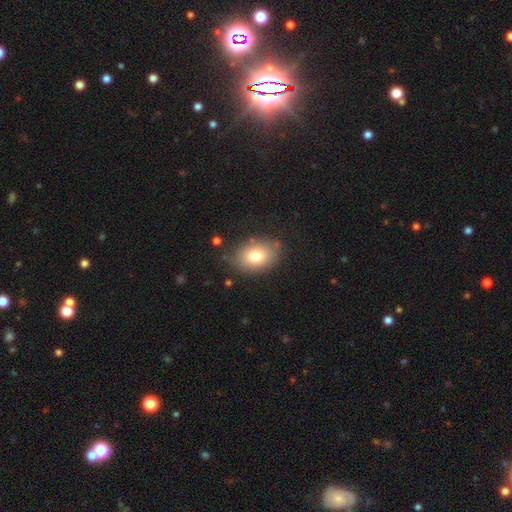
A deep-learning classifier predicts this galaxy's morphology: Smooth or featured: smooth — 81% (featured or disk — 11%)
How rounded: in between — 83% (round — 16%)
Merging: none — 82% (minor disturbance — 13%)